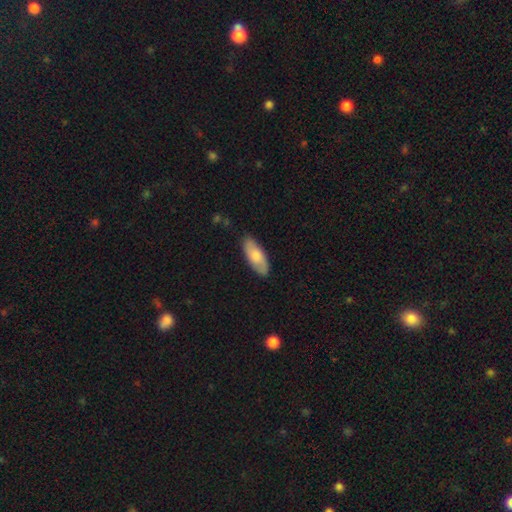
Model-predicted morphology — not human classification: A smooth galaxy with no disk features (73%) that is in between round and cigar-shaped (81%). Merging: none (85%).